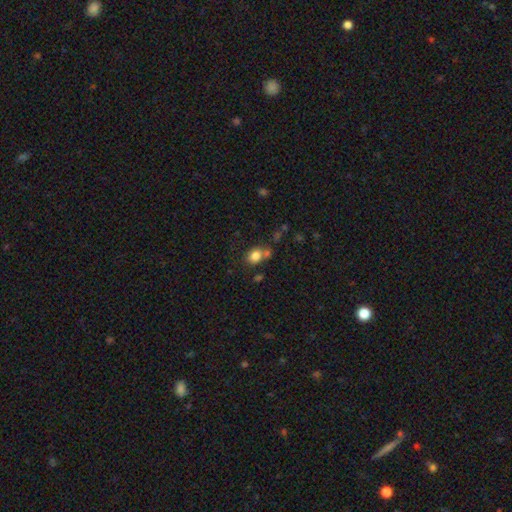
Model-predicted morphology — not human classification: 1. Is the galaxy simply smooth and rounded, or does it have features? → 82% smooth, 11% star or artifact, 7% featured or disk.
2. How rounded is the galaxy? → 50% round, 49% in between, 1% cigar-shaped.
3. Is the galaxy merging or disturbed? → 58% none, 24% merger, 13% minor disturbance, 5% major disturbance.